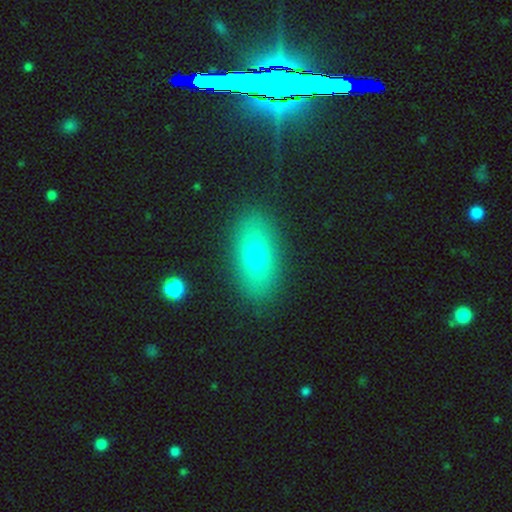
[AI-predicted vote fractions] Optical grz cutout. It shows a smooth galaxy with no disk features (70%) that is in between round and cigar-shaped (84%). Merging: none (87%).